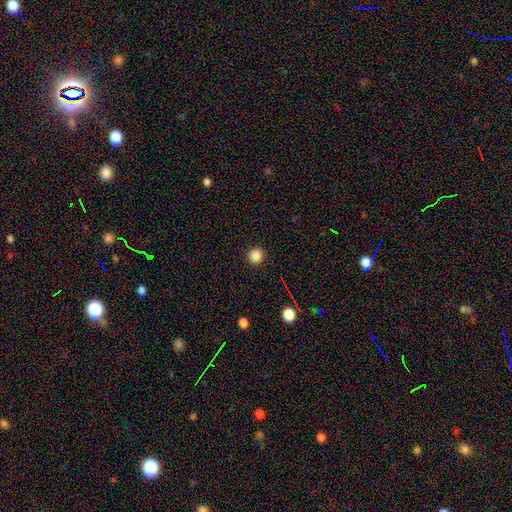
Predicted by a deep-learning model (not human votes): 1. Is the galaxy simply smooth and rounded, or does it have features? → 85% smooth, 11% star or artifact, 3% featured or disk.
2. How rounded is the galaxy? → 92% round, 7% in between, 1% cigar-shaped.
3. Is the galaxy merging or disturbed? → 92% none, 5% minor disturbance, 2% major disturbance, 1% merger.